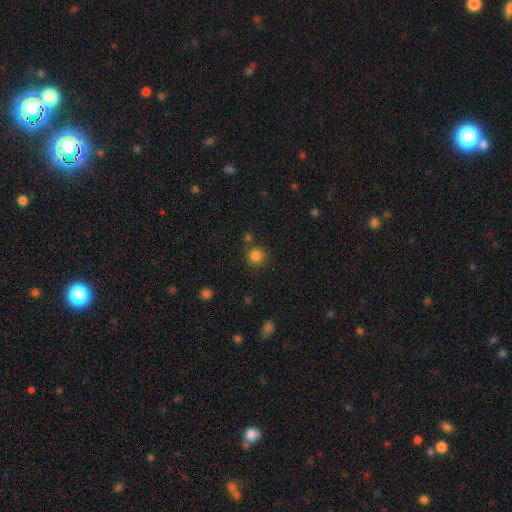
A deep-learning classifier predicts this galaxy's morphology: A smooth galaxy with no disk features (84%) that is round (94%).

Vote fractions:
- Smooth or featured? smooth: 84% / star or artifact: 12% / featured or disk: 4%
- How rounded? round: 94% / in between: 5% / cigar-shaped: 1%
- Merging? none: 82% / minor disturbance: 8% / merger: 7% / major disturbance: 3%